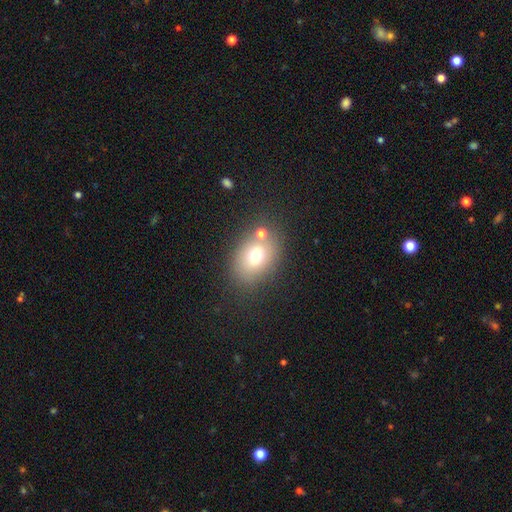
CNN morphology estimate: Smooth or featured? smooth (70%)
How rounded? in between (66%)
Merging? none (66%)